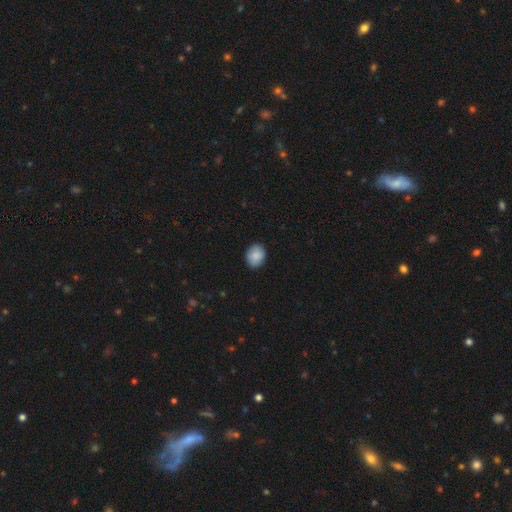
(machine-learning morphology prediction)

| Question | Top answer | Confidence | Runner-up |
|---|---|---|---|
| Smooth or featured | smooth | 87% | star or artifact (7%) |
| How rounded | round | 62% | in between (37%) |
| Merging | none | 88% | minor disturbance (9%) |